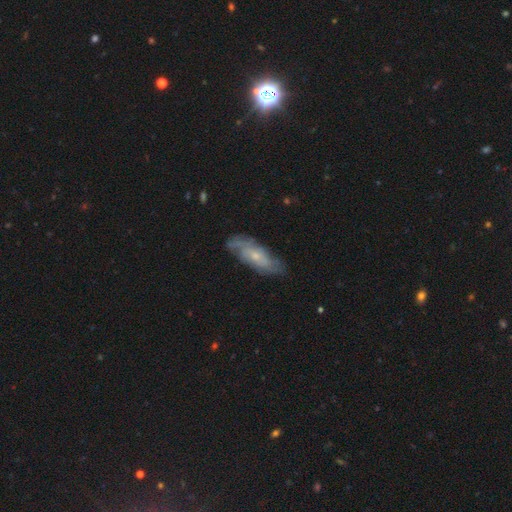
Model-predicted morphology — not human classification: The model was most divided on "smooth or featured": featured or disk: 63%, smooth: 31%, star or artifact: 6%. More confident: edge-on disk — no (81%); spiral arms — yes (80%); bar — no (75%); merging — none (70%); bulge size — small (65%).